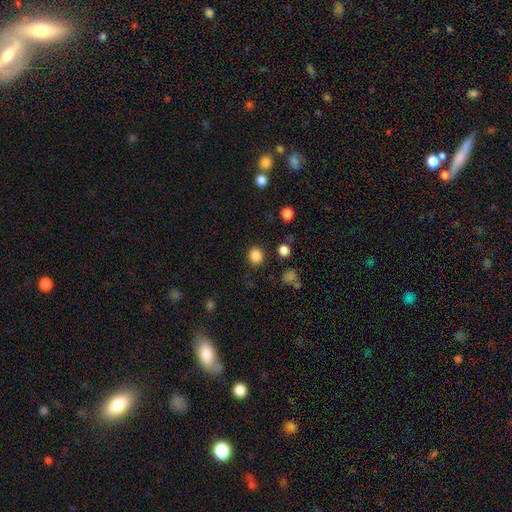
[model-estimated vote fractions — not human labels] Overall: smooth (84%). How rounded: round (80%). Merging: none (86%).